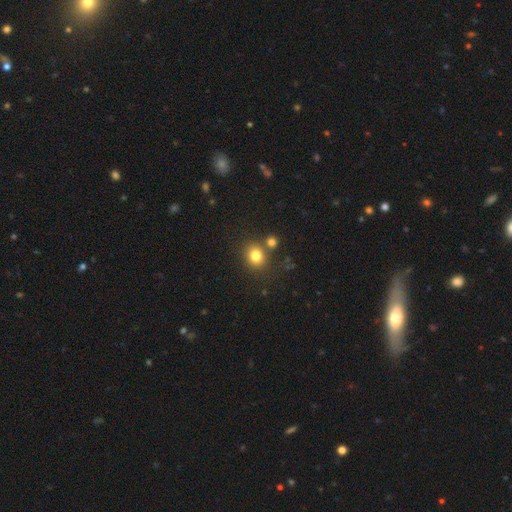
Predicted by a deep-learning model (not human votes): smooth_or_featured: smooth (p=0.80) [alt: star or artifact p=0.13]
how_rounded: round (p=0.73) [alt: in between p=0.26]
merging: none (p=0.72) [alt: merger p=0.15]